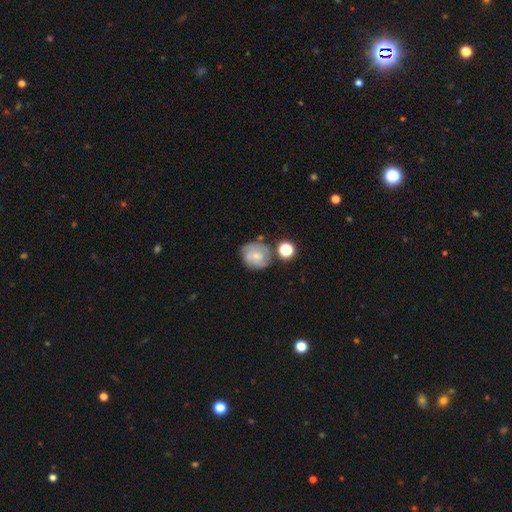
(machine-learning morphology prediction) type=smooth (45%, tied with featured or disk); merging=none (63%).